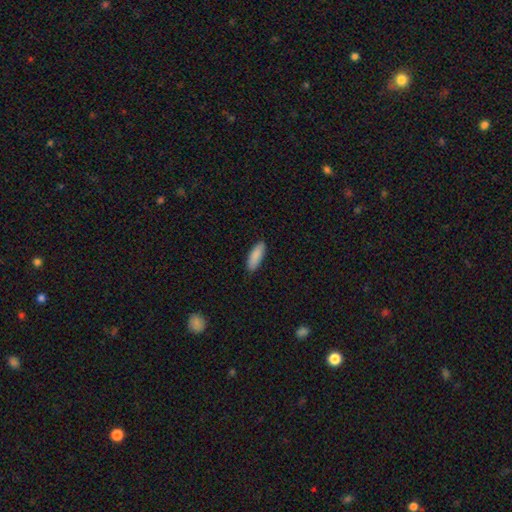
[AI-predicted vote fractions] smooth 89%, star or artifact 6%, featured or disk 5%. Down the decision tree: how rounded — in between (64%); merging — none (87%).